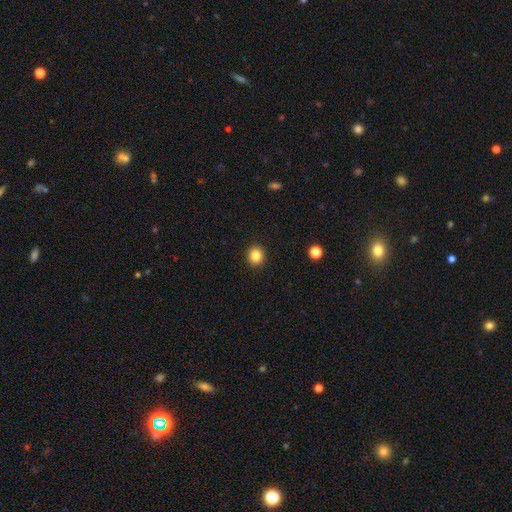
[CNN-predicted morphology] The model was most divided on "how rounded": round: 86%, in between: 13%, cigar-shaped: 1%. More confident: merging — none (92%); smooth or featured — smooth (84%).